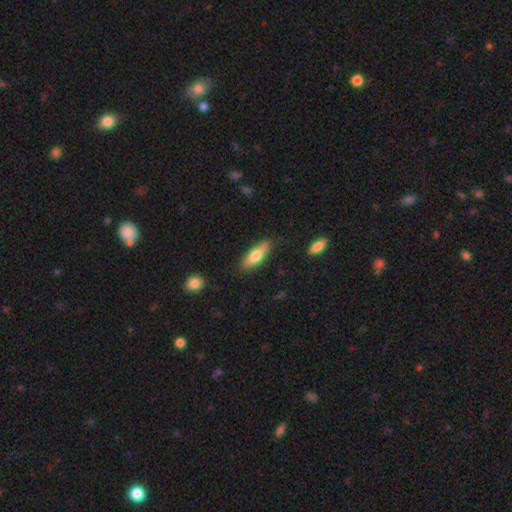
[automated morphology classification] smooth 71%, featured or disk 23%, star or artifact 6%. Down the decision tree: how rounded — in between (56%); merging — none (82%).